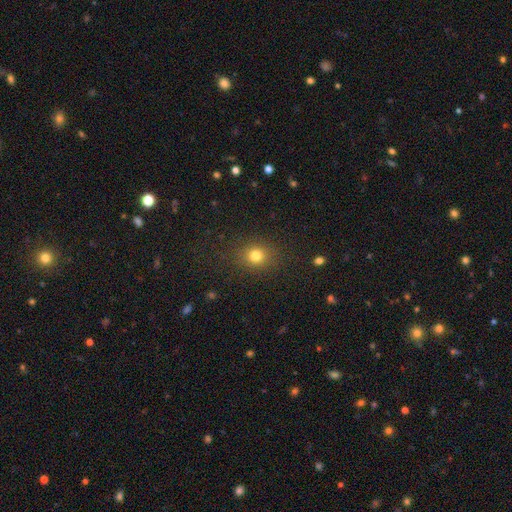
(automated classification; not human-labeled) This appears to be a smooth galaxy with no disk features (78%) that is round (74%). Merging: none (86%).